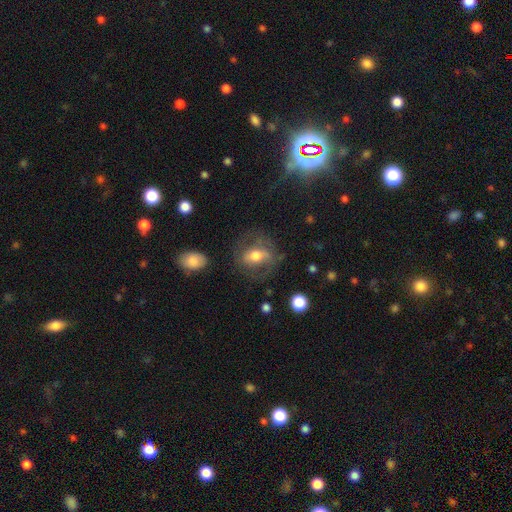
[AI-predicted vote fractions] Smooth or featured: featured or disk — 50% (smooth — 42%)
Merging: none — 61% (minor disturbance — 19%)